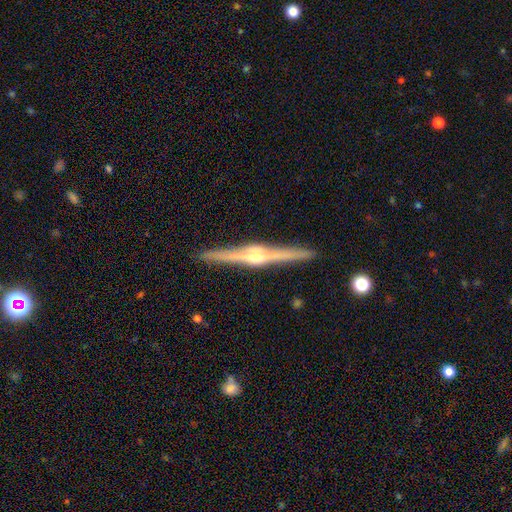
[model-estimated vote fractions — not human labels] Q: Smooth or featured?
A: featured or disk (88%); runner-up: smooth (8%)
Q: Edge-on disk?
A: yes (99%); runner-up: no (1%)
Q: Edge-on bulge?
A: rounded (92%); runner-up: boxy (5%)
Q: Merging?
A: none (93%); runner-up: minor disturbance (5%)